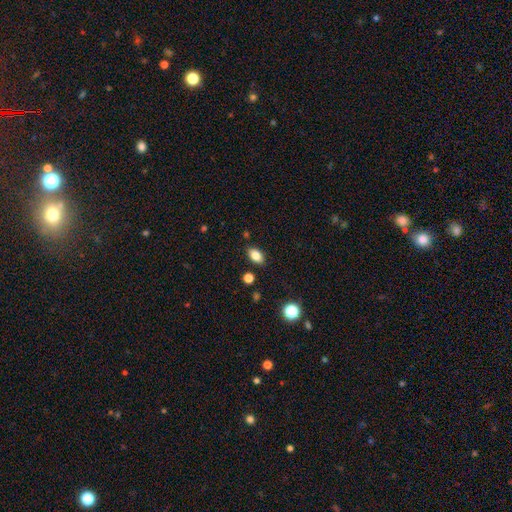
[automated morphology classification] smooth 82%, star or artifact 10%, featured or disk 9%. Down the decision tree: how rounded — in between (87%); merging — none (85%).